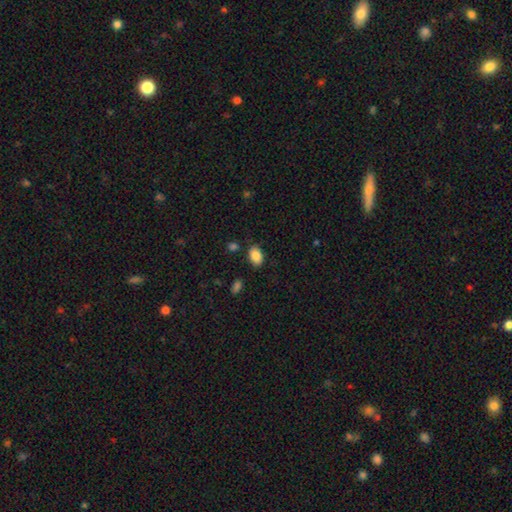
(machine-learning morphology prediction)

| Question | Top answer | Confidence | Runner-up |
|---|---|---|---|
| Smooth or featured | smooth | 87% | star or artifact (8%) |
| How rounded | in between | 86% | round (13%) |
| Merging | none | 81% | minor disturbance (13%) |